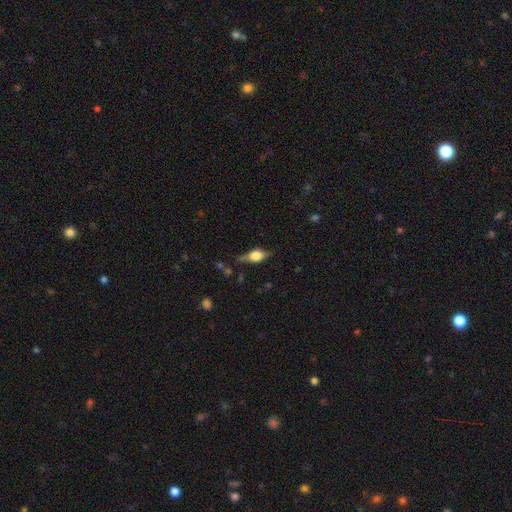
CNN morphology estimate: A smooth galaxy with no disk features (54%) that is in between round and cigar-shaped (76%).

Vote fractions:
- Smooth or featured? smooth: 54% / featured or disk: 37% / star or artifact: 9%
- How rounded? in between: 76% / cigar-shaped: 12% / round: 11%
- Merging? none: 66% / minor disturbance: 23% / major disturbance: 8% / merger: 4%